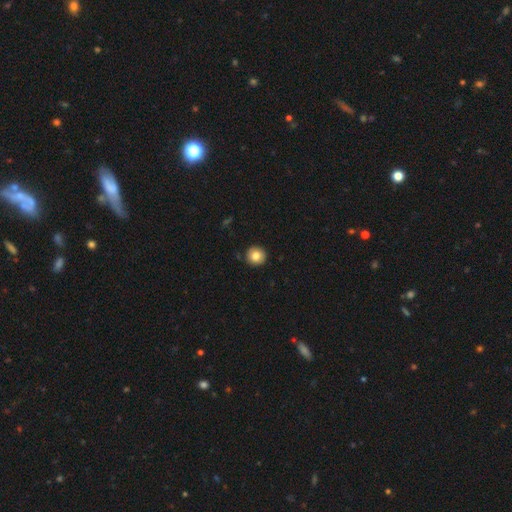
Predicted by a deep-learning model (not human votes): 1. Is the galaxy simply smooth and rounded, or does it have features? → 81% smooth, 10% featured or disk, 9% star or artifact.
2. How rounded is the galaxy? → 93% round, 6% in between, 1% cigar-shaped.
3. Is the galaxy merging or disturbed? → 91% none, 7% minor disturbance, 2% major disturbance, 1% merger.